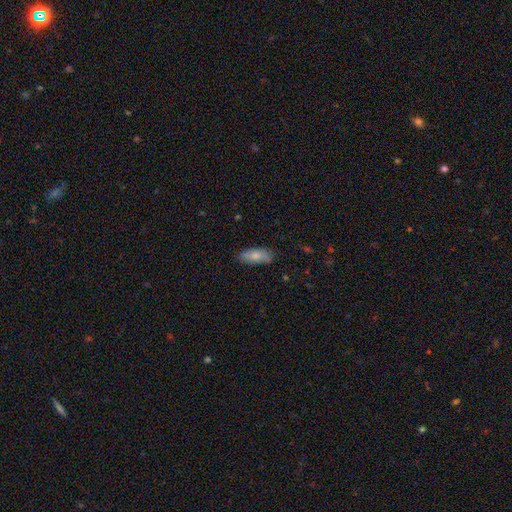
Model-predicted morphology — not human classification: A smooth galaxy with no disk features (77%) that is in between round and cigar-shaped (83%). Merging: none (76%).